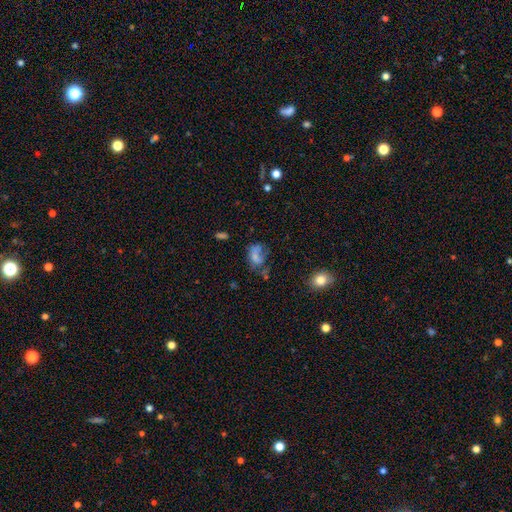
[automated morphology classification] smooth-or-featured: smooth: 55% | featured or disk: 30% | star or artifact: 16%
  how-rounded: in between: 80% | round: 17% | cigar-shaped: 3%
  merging: major disturbance: 41% | none: 27% | minor disturbance: 22% | merger: 11%